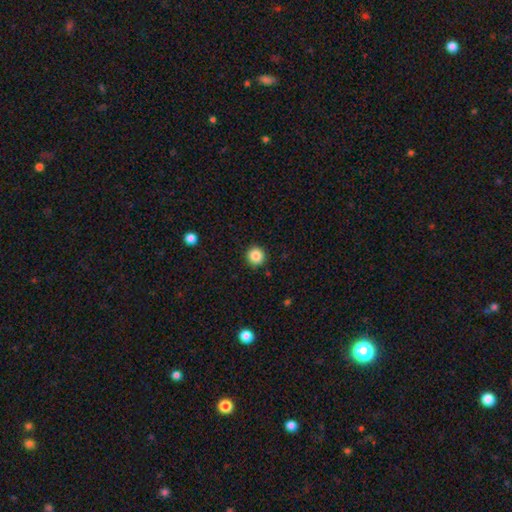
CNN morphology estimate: Smooth or featured?
  - smooth: 87% *
  - star or artifact: 10%
  - featured or disk: 4%
How rounded?
  - round: 95% *
  - in between: 4%
  - cigar-shaped: 1%
Merging?
  - none: 92% *
  - minor disturbance: 5%
  - major disturbance: 2%
  - merger: 1%